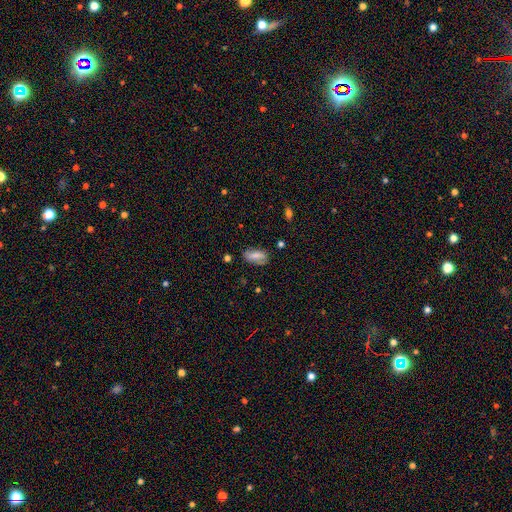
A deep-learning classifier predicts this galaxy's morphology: This appears to be a smooth galaxy with no disk features (71%) that is in between round and cigar-shaped (84%). Merging: none (69%).